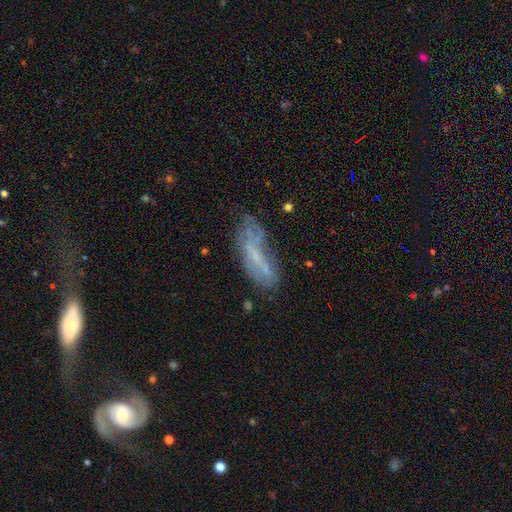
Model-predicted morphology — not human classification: featured or disk 49%, smooth 39%, star or artifact 12%. Down the decision tree: merging — none (45%).